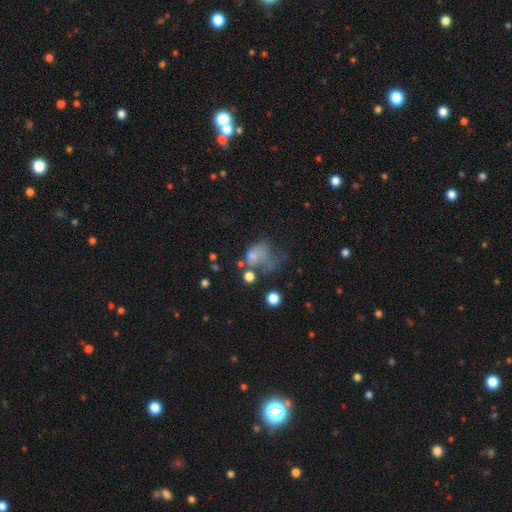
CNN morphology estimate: Smooth or featured? Predicted: smooth (p=0.58). How rounded? Predicted: in between (p=0.59). Merging? Predicted: major disturbance (p=0.47).